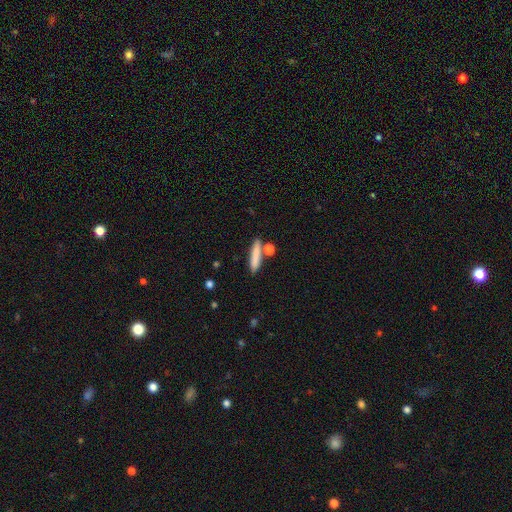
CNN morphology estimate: Smooth or featured: smooth — 80% (featured or disk — 13%)
How rounded: cigar-shaped — 78% (in between — 18%)
Merging: none — 71% (merger — 13%)